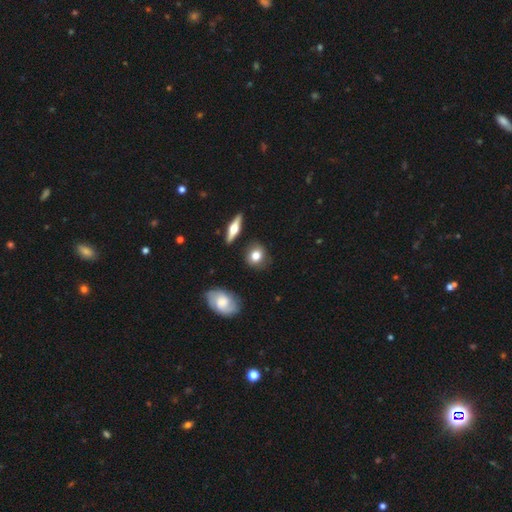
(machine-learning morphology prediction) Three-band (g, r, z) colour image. It shows a smooth galaxy with no disk features (71%) that is round (71%). Merging: none (80%).